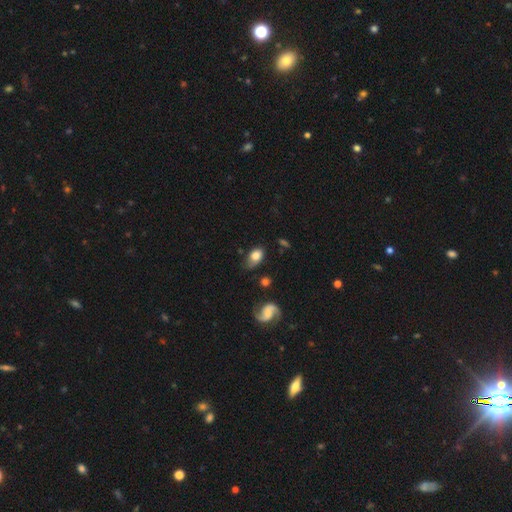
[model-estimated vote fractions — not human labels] Overall: smooth (69%). How rounded: in between (82%). Merging: none (53%; minor disturbance 32%).